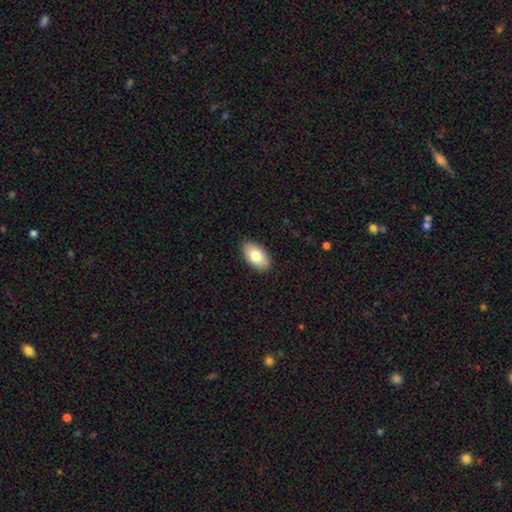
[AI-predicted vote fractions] smooth_or_featured: smooth (p=0.78) [alt: featured or disk p=0.16]
how_rounded: in between (p=0.94) [alt: round p=0.04]
merging: none (p=0.89) [alt: minor disturbance p=0.08]